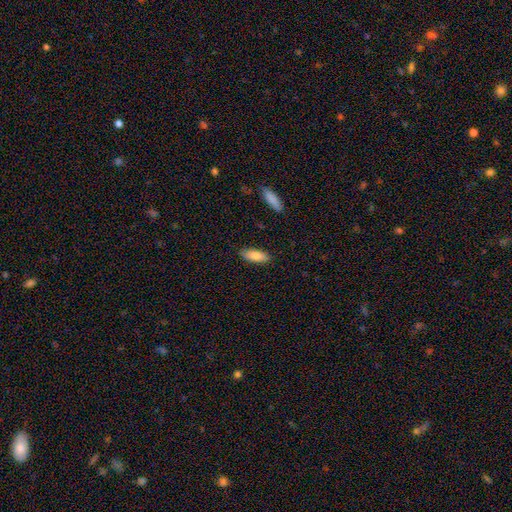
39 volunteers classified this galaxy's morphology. Volunteers were most divided on "how rounded": in between: 82%, cigar-shaped: 18%, round: 0%. More confident: merging — none (92%); smooth or featured — smooth (85%).